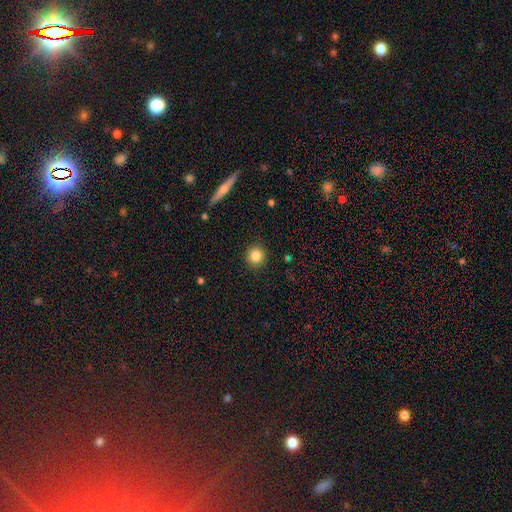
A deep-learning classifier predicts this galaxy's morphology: A smooth galaxy with no disk features (84%) that is round (91%).

Vote fractions:
- Smooth or featured? smooth: 84% / star or artifact: 10% / featured or disk: 6%
- How rounded? round: 91% / in between: 7% / cigar-shaped: 1%
- Merging? none: 90% / minor disturbance: 6% / major disturbance: 2% / merger: 1%